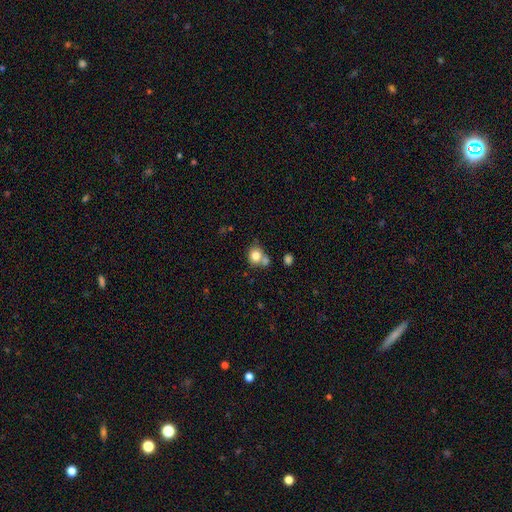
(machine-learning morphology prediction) The model was most divided on "merging": none: 50%, merger: 33%, minor disturbance: 12%, major disturbance: 4%. More confident: smooth or featured — smooth (79%); how rounded — round (74%).